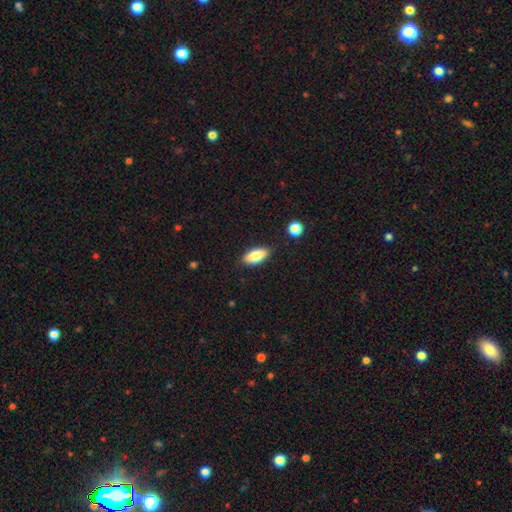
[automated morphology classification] Overall: smooth (82%). How rounded: in between (86%). Merging: none (86%).